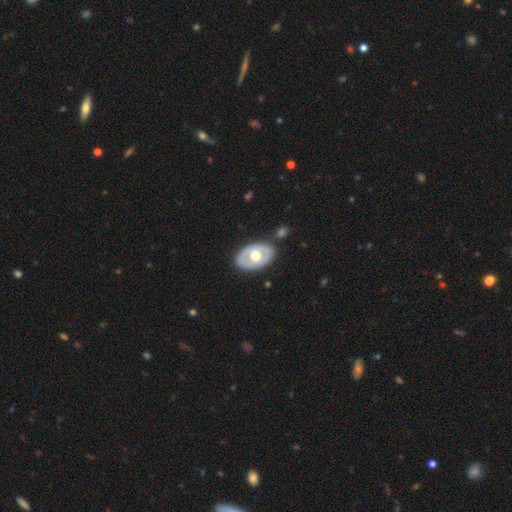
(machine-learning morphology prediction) Overall: featured or disk (53%; smooth 42%). Edge-on disk: no (89%). Merging: none (80%).